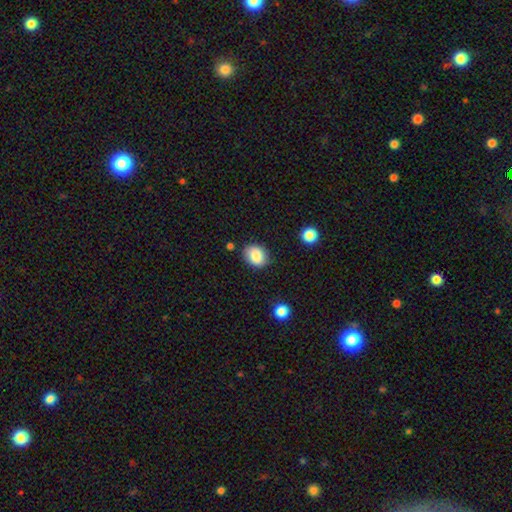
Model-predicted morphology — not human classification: This appears to be a smooth galaxy with no disk features (85%) that is in between round and cigar-shaped (53%). Merging: none (82%).